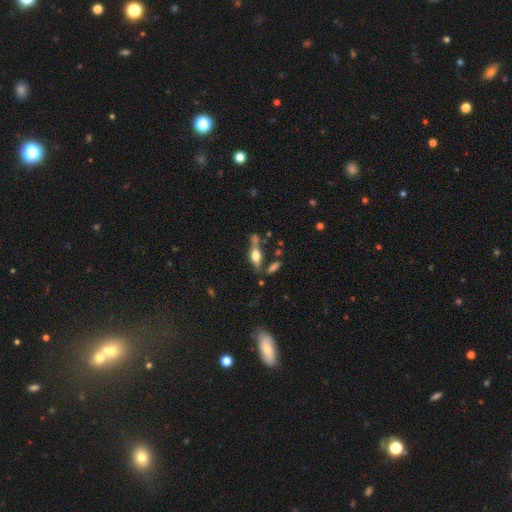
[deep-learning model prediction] This is possibly a featured or disk galaxy (49%). Merging: possibly none (60%).